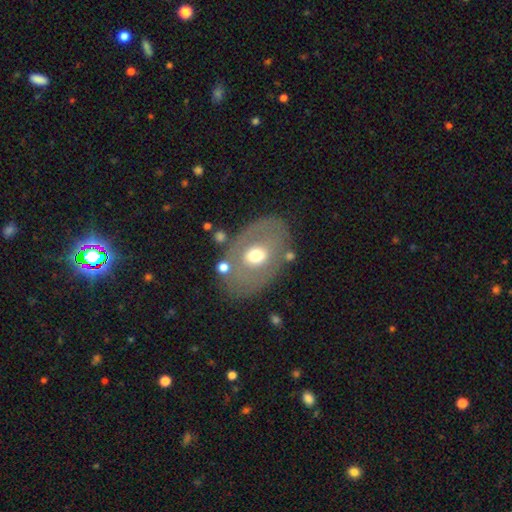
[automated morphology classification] Smooth or featured? featured or disk (47%)
Merging? none (74%)